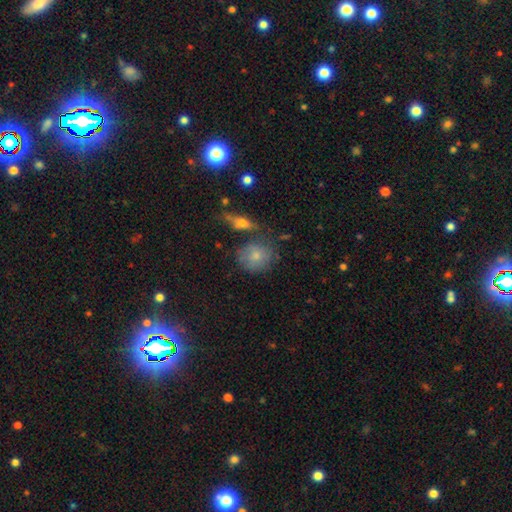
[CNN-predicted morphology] Smooth or featured? smooth (74%)
How rounded? round (72%)
Merging? none (59%)